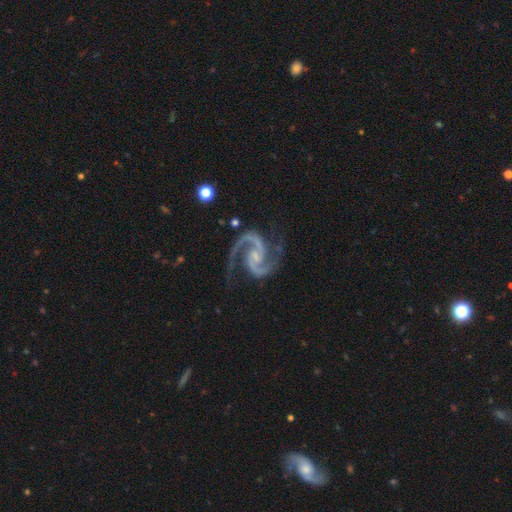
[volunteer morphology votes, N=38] Smooth or featured: featured or disk — 100%
Edge-on disk: no — 100%
Bar: weak — 66% (strong — 18%)
Spiral arms: yes — 100%
Spiral winding: medium — 68% (tight — 21%)
Spiral arm count: 2 — 97% (3 — 3%)
Bulge size: none — 42% (small — 32%)
Merging: none — 71% (minor disturbance — 26%)